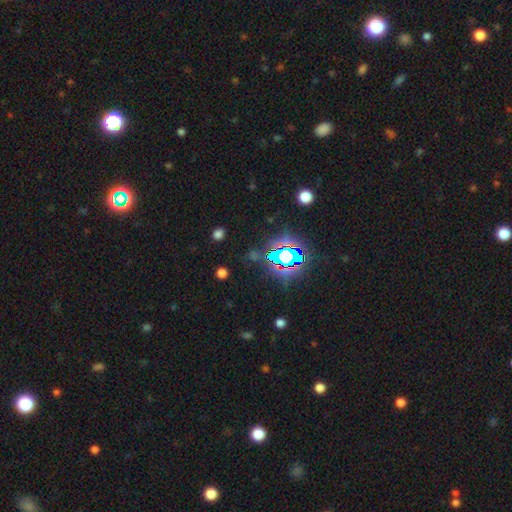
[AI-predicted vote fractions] smooth-or-featured: star or artifact: 72% | smooth: 19% | featured or disk: 9%